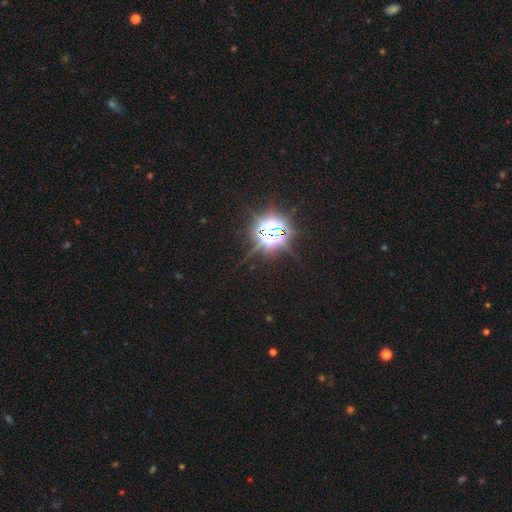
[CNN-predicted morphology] Q: Smooth or featured?
A: star or artifact (85%); runner-up: smooth (10%)